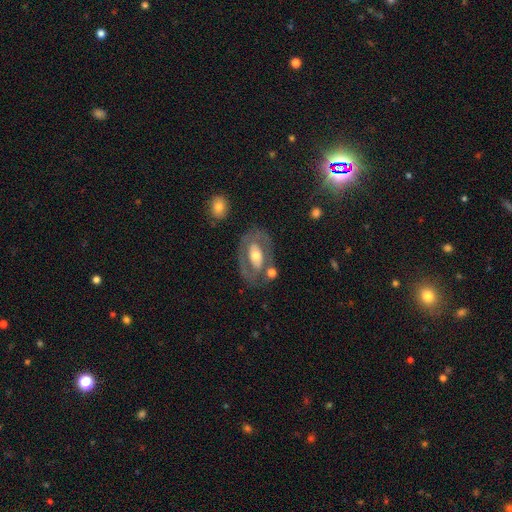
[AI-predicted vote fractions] This is likely a featured or disk galaxy (62%). It is clearly not viewed edge-on (91%). Bar: possibly no (59%). Spiral arm pattern: likely no (71%). Central bulge: likely moderate (66%). Merging: likely none (68%).